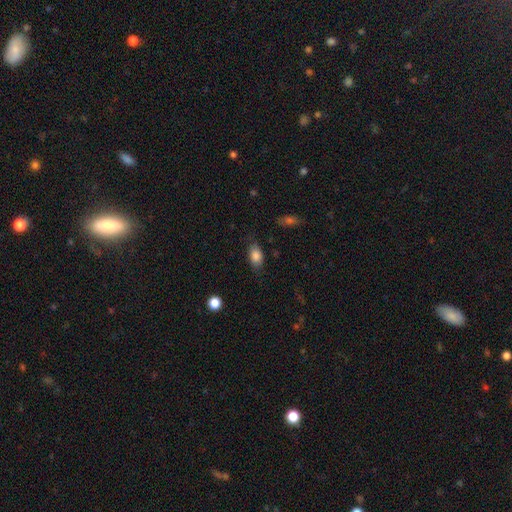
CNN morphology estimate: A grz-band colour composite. It shows a smooth galaxy with no disk features (84%) that is in between round and cigar-shaped (87%). Merging: none (76%).